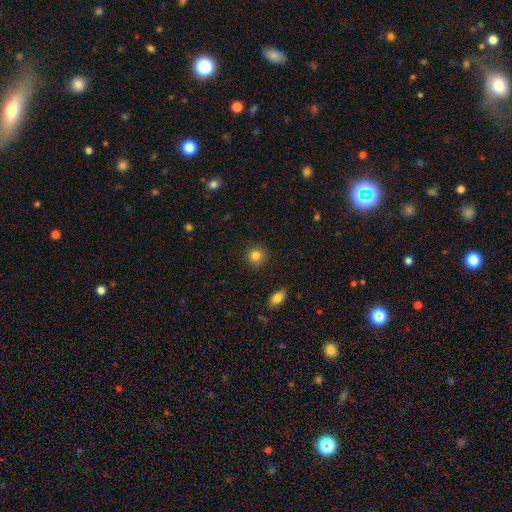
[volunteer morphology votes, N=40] Consensus on every question: smooth or featured — smooth (100%); merging — none (98%); how rounded — round (95%).